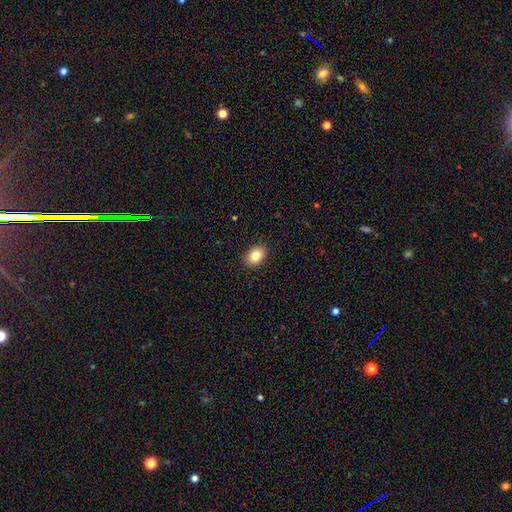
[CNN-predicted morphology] This is clearly a smooth galaxy (84%). How rounded: likely in between (72%). Merging: clearly none (90%).